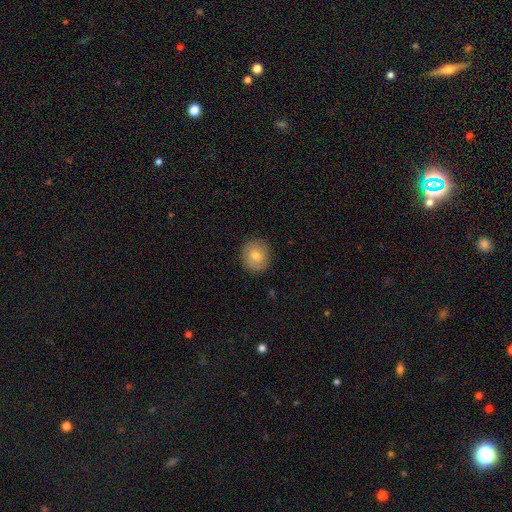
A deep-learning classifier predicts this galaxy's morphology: Smooth or featured? smooth (73%)
How rounded? round (83%)
Merging? none (88%)